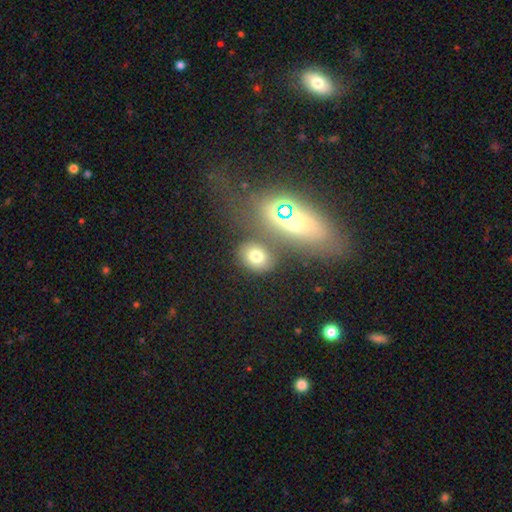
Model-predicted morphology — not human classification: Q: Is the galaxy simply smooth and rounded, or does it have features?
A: smooth — 69%.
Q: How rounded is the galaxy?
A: round — 50%.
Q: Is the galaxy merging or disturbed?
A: none — 69%.